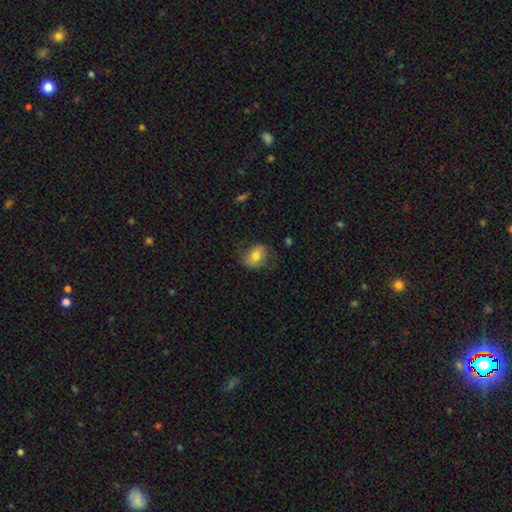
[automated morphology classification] A smooth galaxy with no disk features (65%) that is in between round and cigar-shaped (65%). Merging: none (66%).